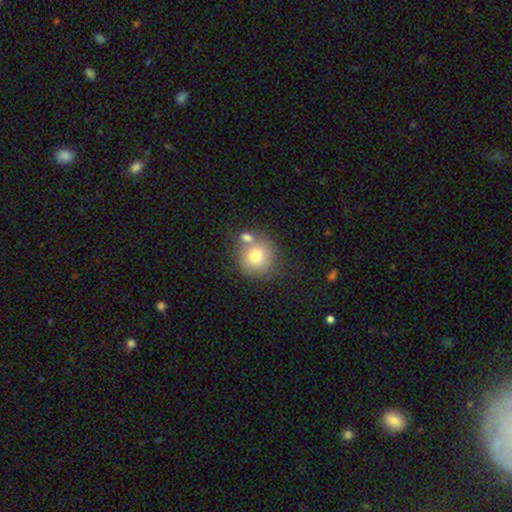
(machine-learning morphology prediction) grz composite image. It shows a smooth galaxy with no disk features (75%) that is round (89%). Merging: none (55%).